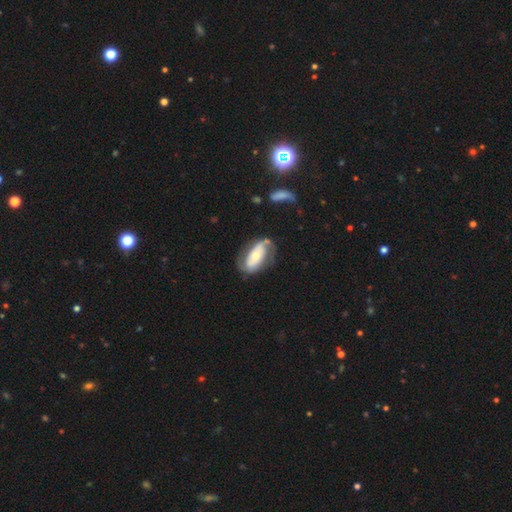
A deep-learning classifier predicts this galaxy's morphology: This is possibly a featured or disk galaxy (59%). It is clearly not viewed edge-on (91%). Bar: possibly no (52%). Spiral arm pattern: likely yes (74%). Central bulge: marginally moderate (44%). Merging: possibly none (56%).